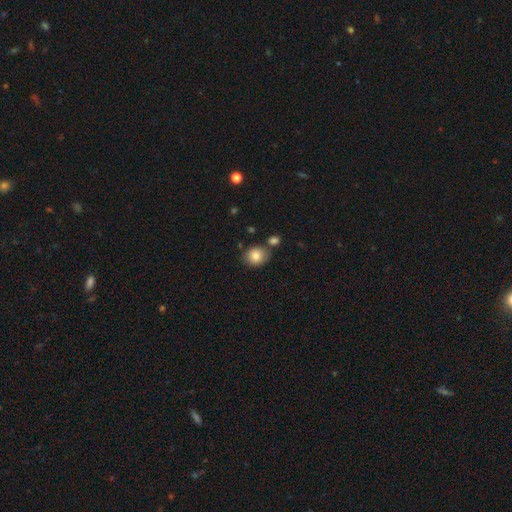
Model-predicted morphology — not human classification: This is clearly a smooth galaxy (82%). How rounded: likely round (67%). Merging: likely none (71%).